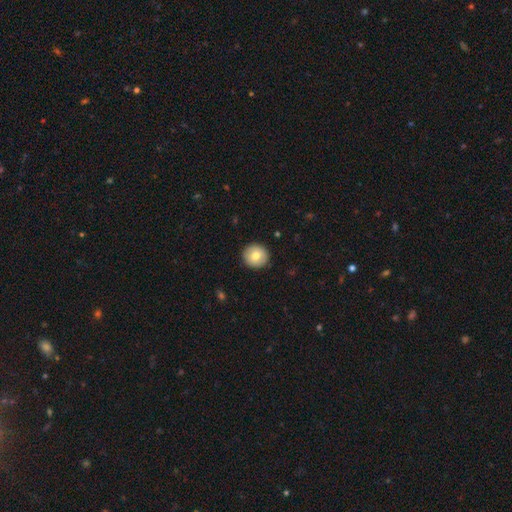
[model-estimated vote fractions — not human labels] Smooth or featured? smooth (75%)
How rounded? round (94%)
Merging? none (92%)